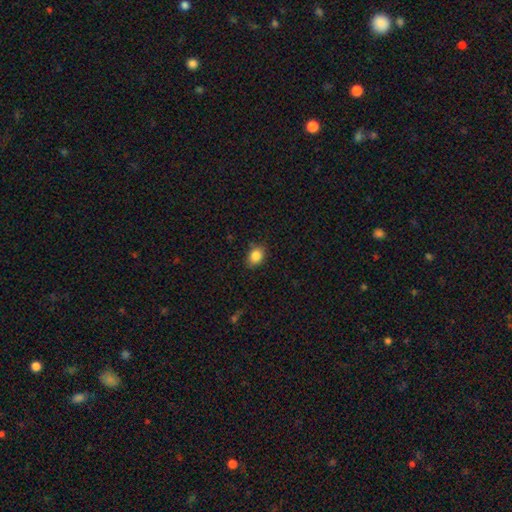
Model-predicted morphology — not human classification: Smooth or featured? smooth (85%)
How rounded? in between (60%)
Merging? none (83%)